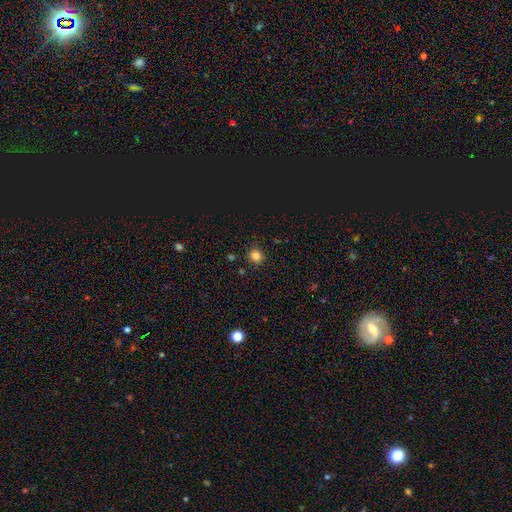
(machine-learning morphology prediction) type=smooth (80%); roundness=round (88%); merging=none (87%).